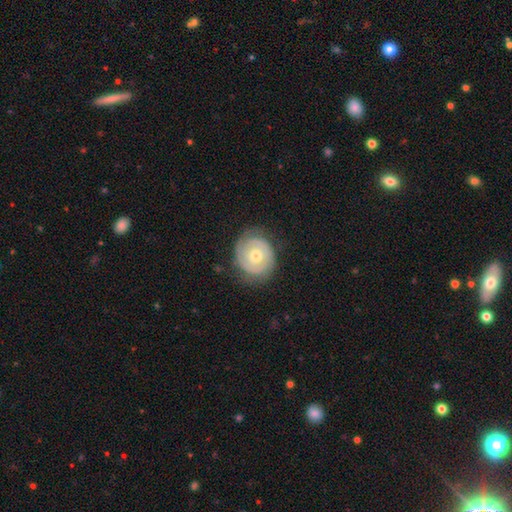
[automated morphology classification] A featured or disk galaxy (75%) with no bar (75%), 2 (63%) tight (75%) spiral arms (85%) and a moderate central bulge (66%).

Vote fractions:
- Smooth or featured? featured or disk: 75% / smooth: 20% / star or artifact: 5%
- Edge-on disk? no: 97% / yes: 3%
- Bar? no: 75% / weak: 20% / strong: 5%
- Spiral arms? yes: 85% / no: 15%
- Spiral winding? tight: 75% / medium: 19% / loose: 6%
- Spiral arm count? 2: 63% / can't tell: 19% / 1: 8% / 3: 6% / 4: 2% / more than 4: 2%
- Bulge size? moderate: 66% / small: 29% / large: 3% / none: 1% / dominant: 1%
- Merging? none: 77% / minor disturbance: 16% / major disturbance: 6% / merger: 1%